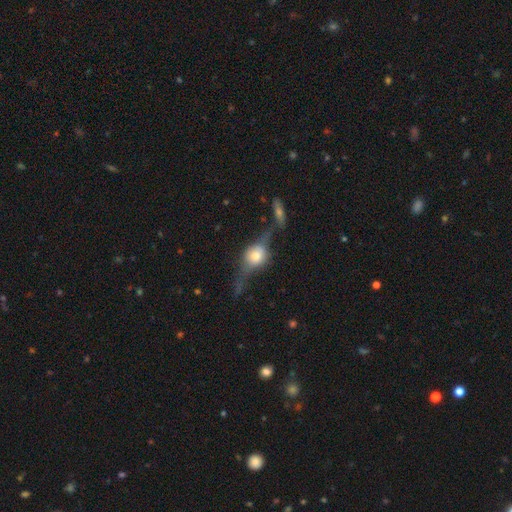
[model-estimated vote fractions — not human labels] Q: Smooth or featured?
A: featured or disk (62%); runner-up: smooth (30%)
Q: Edge-on disk?
A: yes (87%); runner-up: no (13%)
Q: Edge-on bulge?
A: rounded (93%); runner-up: boxy (5%)
Q: Merging?
A: none (52%); runner-up: minor disturbance (20%)